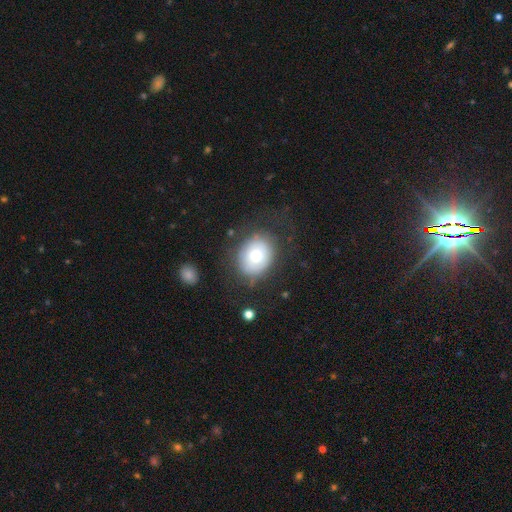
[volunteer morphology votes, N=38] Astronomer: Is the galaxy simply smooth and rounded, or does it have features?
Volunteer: smooth — 63%.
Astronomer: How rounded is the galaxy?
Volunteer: in between — 50% (runner-up: round, 46%).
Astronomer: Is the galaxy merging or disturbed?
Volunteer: none — 63%.